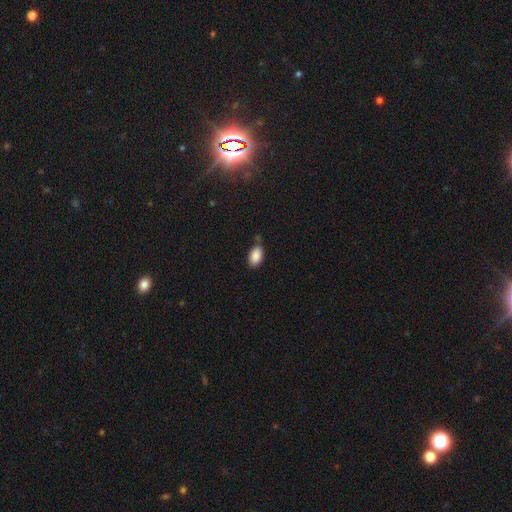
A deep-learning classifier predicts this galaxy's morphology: smooth 88%, star or artifact 7%, featured or disk 4%. Down the decision tree: how rounded — in between (93%); merging — none (67%).